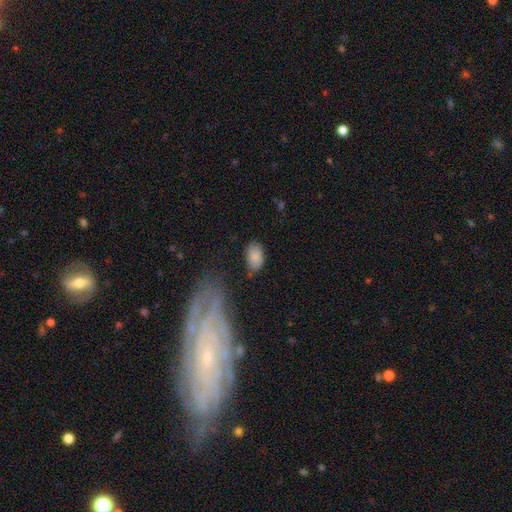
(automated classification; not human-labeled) Smooth or featured: smooth — 86% (star or artifact — 8%)
How rounded: in between — 90% (round — 9%)
Merging: none — 70% (minor disturbance — 21%)